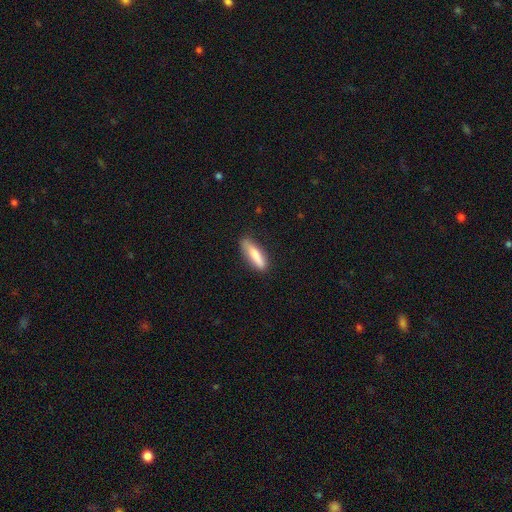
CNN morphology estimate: type=smooth (78%); roundness=cigar-shaped (71%); merging=none (79%).